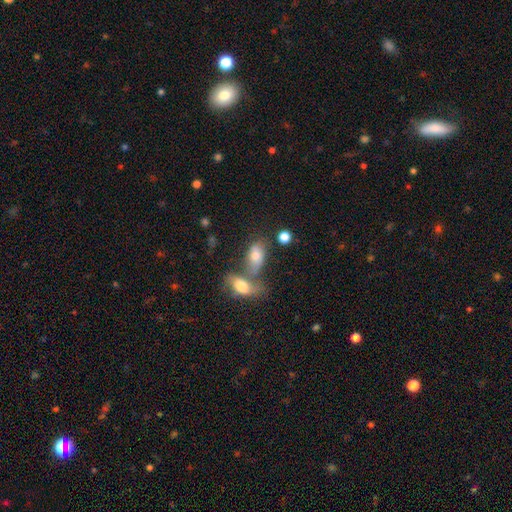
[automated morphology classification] Smooth or featured?
  - smooth: 69% *
  - featured or disk: 21%
  - star or artifact: 10%
How rounded?
  - in between: 88% *
  - round: 7%
  - cigar-shaped: 4%
Merging?
  - merger: 50% *
  - none: 32%
  - minor disturbance: 11%
  - major disturbance: 7%